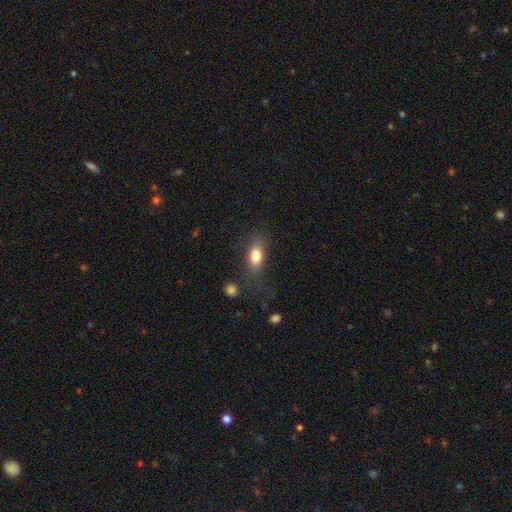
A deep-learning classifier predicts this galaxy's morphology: A smooth galaxy with no disk features (79%) that is in between round and cigar-shaped (79%). Merging: none (71%).